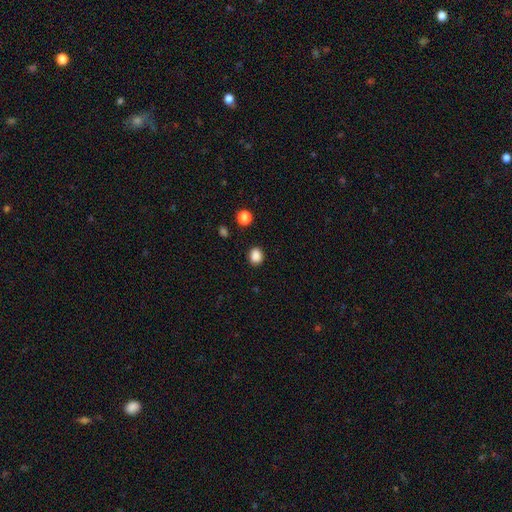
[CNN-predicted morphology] smooth_or_featured: smooth (p=0.87) [alt: star or artifact p=0.10]
how_rounded: round (p=0.58) [alt: in between p=0.41]
merging: none (p=0.87) [alt: minor disturbance p=0.09]